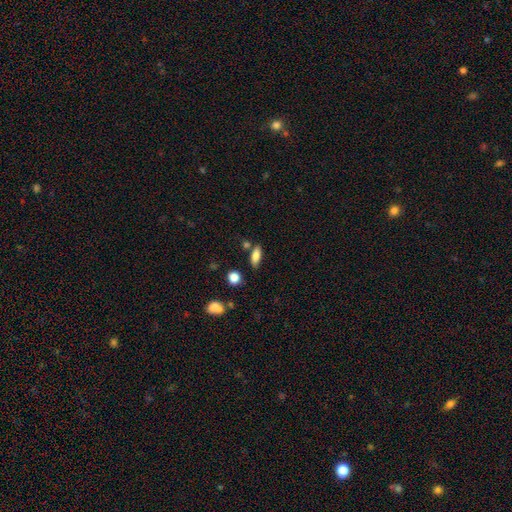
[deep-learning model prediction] A smooth galaxy with no disk features (80%) that is in between round and cigar-shaped (66%).

Vote fractions:
- Smooth or featured? smooth: 80% / featured or disk: 11% / star or artifact: 9%
- How rounded? in between: 66% / cigar-shaped: 30% / round: 4%
- Merging? none: 72% / minor disturbance: 15% / merger: 9% / major disturbance: 4%